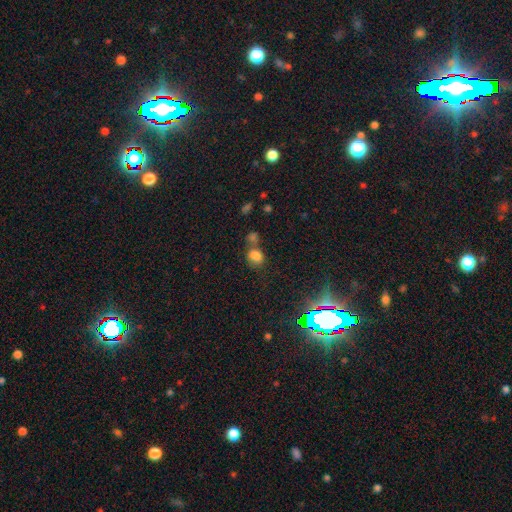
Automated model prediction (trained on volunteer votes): Smooth or featured: smooth — 75% (star or artifact — 18%)
How rounded: round — 50% (in between — 49%)
Merging: none — 44% (merger — 37%)